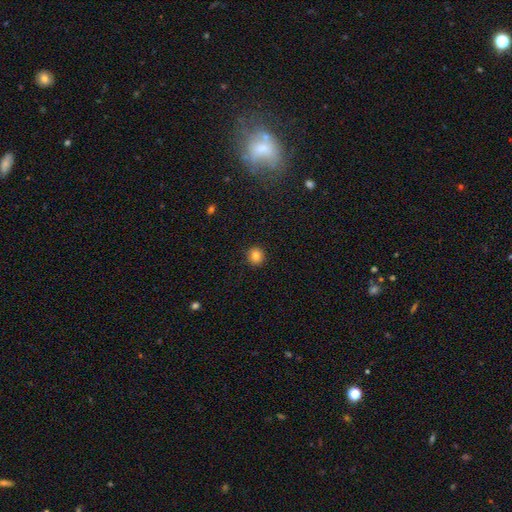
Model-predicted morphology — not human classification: This appears to be a smooth galaxy with no disk features (81%) that is round (92%). Merging: none (91%).